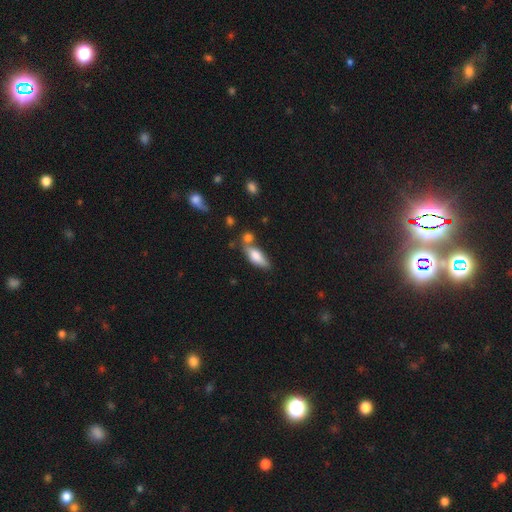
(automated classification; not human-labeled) A smooth galaxy with no disk features (67%) that is in between round and cigar-shaped (65%).

Vote fractions:
- Smooth or featured? smooth: 67% / featured or disk: 25% / star or artifact: 7%
- How rounded? in between: 65% / cigar-shaped: 32% / round: 3%
- Merging? none: 54% / merger: 22% / minor disturbance: 18% / major disturbance: 6%